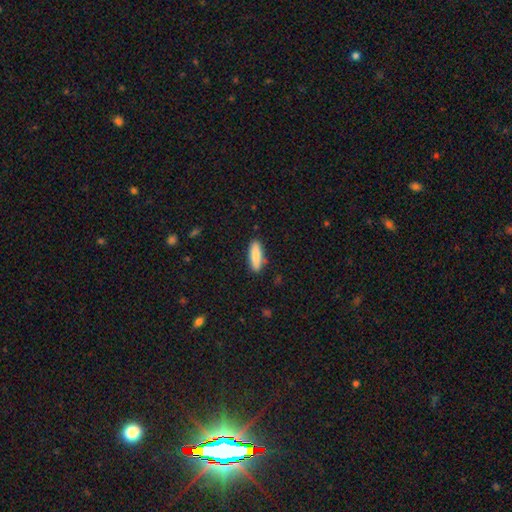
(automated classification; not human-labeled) Q: Smooth or featured?
A: smooth (86%); runner-up: featured or disk (8%)
Q: How rounded?
A: cigar-shaped (54%); runner-up: in between (44%)
Q: Merging?
A: none (87%); runner-up: minor disturbance (10%)